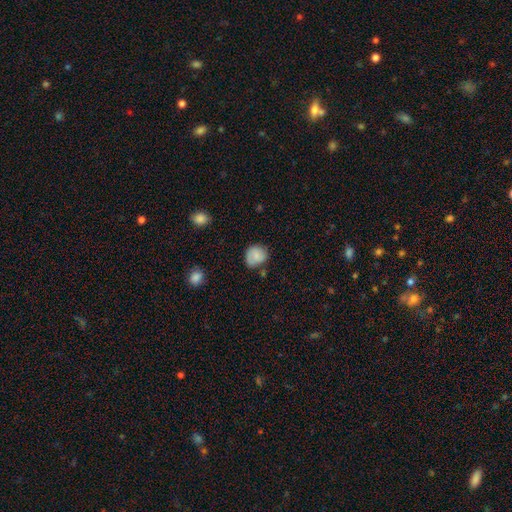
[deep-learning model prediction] Overall: smooth (76%). How rounded: round (73%). Merging: none (65%; minor disturbance 26%).